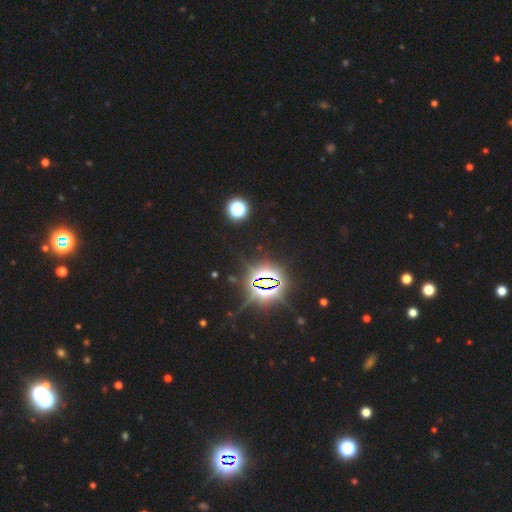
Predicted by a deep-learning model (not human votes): smooth_or_featured: star or artifact (p=0.84) [alt: smooth p=0.10]